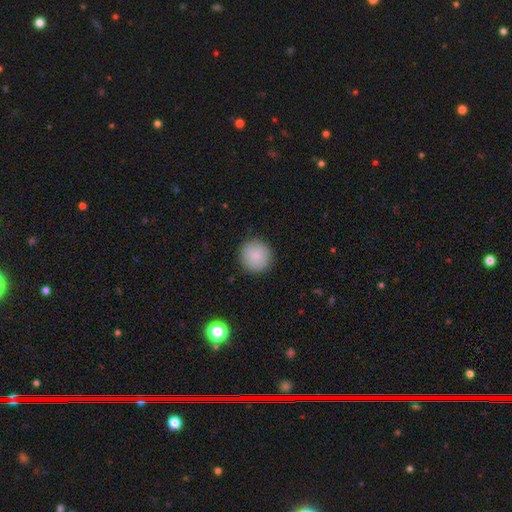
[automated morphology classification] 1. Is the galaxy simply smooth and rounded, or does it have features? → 84% smooth, 8% featured or disk, 7% star or artifact.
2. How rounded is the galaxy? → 95% round, 4% in between, 1% cigar-shaped.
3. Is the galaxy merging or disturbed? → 91% none, 6% minor disturbance, 2% major disturbance, 1% merger.